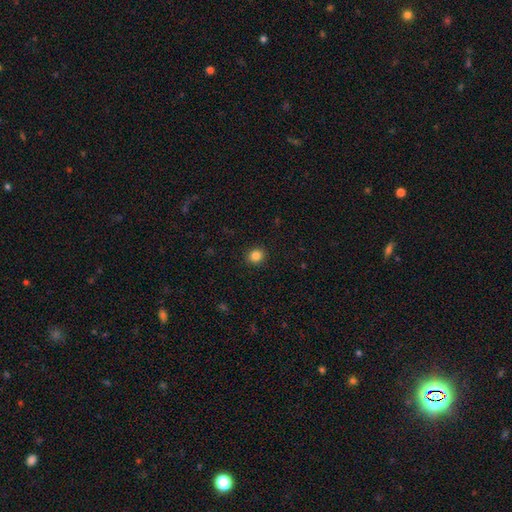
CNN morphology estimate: smooth-or-featured: smooth: 85% | star or artifact: 11% | featured or disk: 4%
  how-rounded: round: 84% | in between: 15% | cigar-shaped: 1%
  merging: none: 92% | minor disturbance: 5% | major disturbance: 2% | merger: 1%